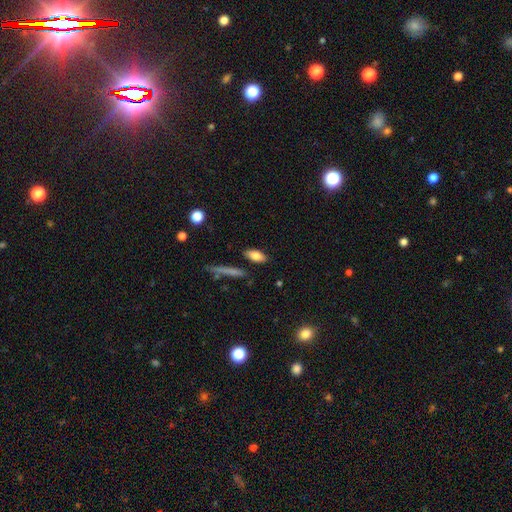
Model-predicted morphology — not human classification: smooth_or_featured: smooth (p=0.81) [alt: featured or disk p=0.12]
how_rounded: in between (p=0.82) [alt: cigar-shaped p=0.14]
merging: none (p=0.83) [alt: minor disturbance p=0.11]